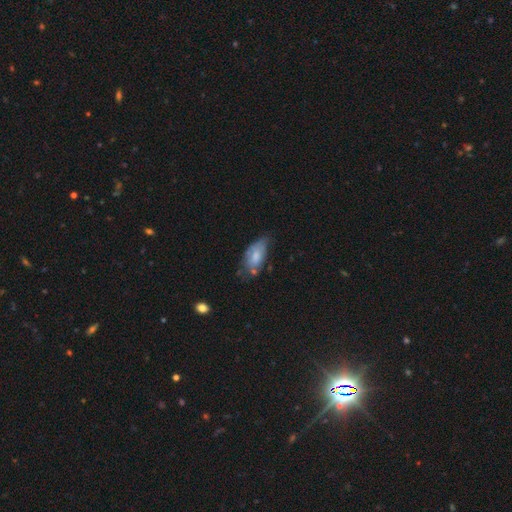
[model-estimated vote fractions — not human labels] A smooth galaxy with no disk features (64%) that is in between round and cigar-shaped (91%). Merging: minor disturbance (39%, tied with none).